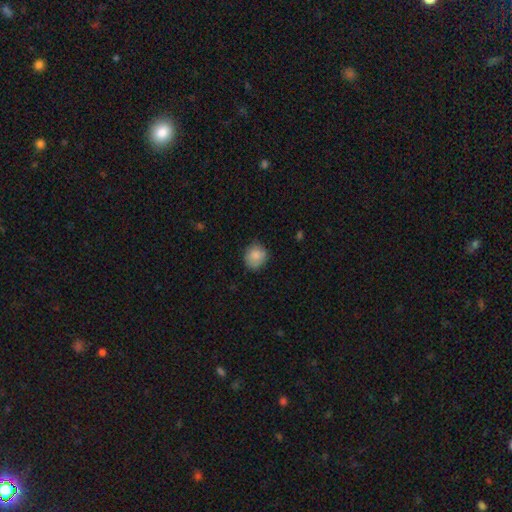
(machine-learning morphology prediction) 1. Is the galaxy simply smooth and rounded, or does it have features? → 85% smooth, 8% star or artifact, 7% featured or disk.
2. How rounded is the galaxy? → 78% round, 21% in between, 1% cigar-shaped.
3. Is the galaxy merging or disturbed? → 75% none, 20% minor disturbance, 4% major disturbance, 1% merger.